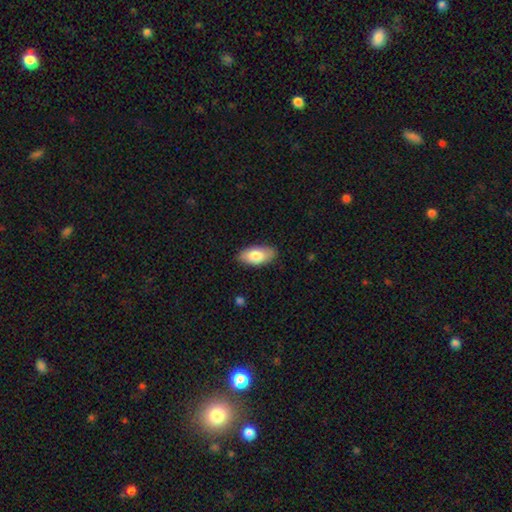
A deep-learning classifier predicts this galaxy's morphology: Smooth or featured?
  - smooth: 82% *
  - featured or disk: 12%
  - star or artifact: 6%
How rounded?
  - in between: 92% *
  - cigar-shaped: 5%
  - round: 2%
Merging?
  - none: 85% *
  - minor disturbance: 12%
  - major disturbance: 2%
  - merger: 1%